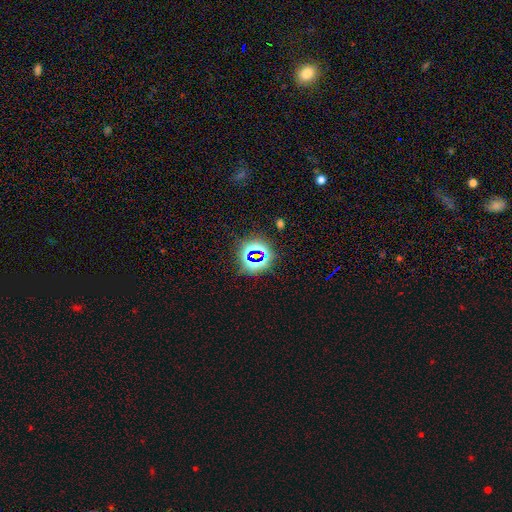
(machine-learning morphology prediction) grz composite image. It shows a star or artifact, not a galaxy (72%).